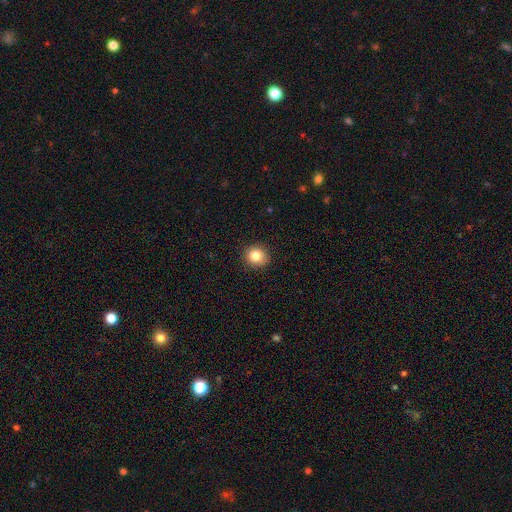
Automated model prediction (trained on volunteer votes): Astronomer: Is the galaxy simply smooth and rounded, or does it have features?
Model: smooth — 84%.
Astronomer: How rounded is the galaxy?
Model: round — 80%.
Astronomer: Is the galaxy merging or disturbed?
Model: none — 88%.